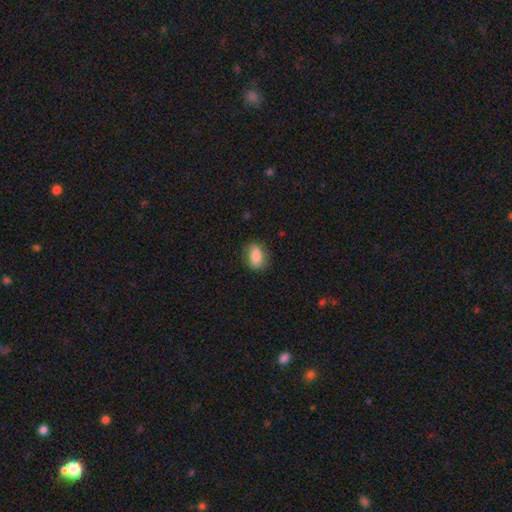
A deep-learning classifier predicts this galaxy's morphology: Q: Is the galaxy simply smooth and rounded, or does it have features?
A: smooth — 85%.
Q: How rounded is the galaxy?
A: in between — 83%.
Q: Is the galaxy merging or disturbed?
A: none — 77%.